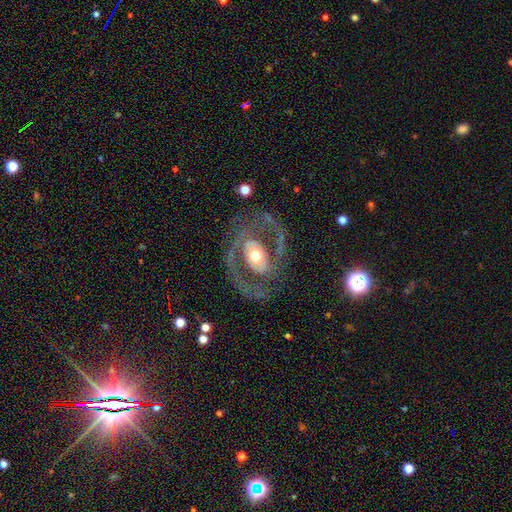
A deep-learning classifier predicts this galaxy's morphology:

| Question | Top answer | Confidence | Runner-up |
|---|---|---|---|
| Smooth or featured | featured or disk | 84% | smooth (12%) |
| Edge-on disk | no | 96% | yes (4%) |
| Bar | no | 56% | weak (27%) |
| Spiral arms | yes | 77% | no (23%) |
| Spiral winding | medium | 50% | loose (25%) |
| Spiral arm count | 2 | 84% | can't tell (6%) |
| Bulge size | moderate | 67% | large (21%) |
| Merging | none | 69% | major disturbance (16%) |